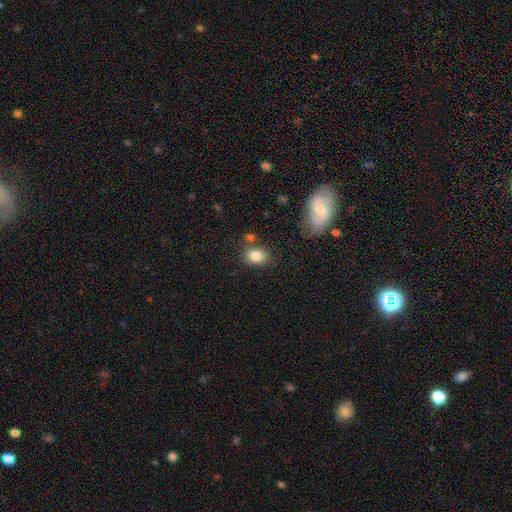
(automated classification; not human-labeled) A smooth galaxy with no disk features (84%) that is in between round and cigar-shaped (64%). Merging: none (72%).